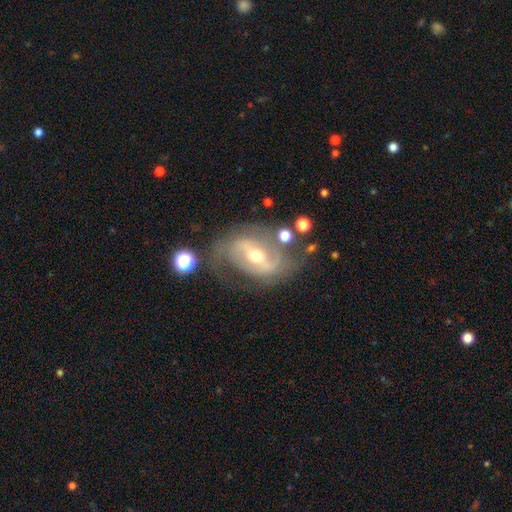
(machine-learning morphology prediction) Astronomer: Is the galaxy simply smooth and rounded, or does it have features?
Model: featured or disk — 83%.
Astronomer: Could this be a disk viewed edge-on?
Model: no — 95%.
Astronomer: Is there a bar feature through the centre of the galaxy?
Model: strong — 48% (runner-up: weak, 35%).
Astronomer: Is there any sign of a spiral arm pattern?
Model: yes — 84%.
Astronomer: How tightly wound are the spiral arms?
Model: medium — 44% (runner-up: tight, 30%).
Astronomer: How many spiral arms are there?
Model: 2 — 74%.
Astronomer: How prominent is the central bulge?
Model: moderate — 60%.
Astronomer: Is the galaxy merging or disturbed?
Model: none — 61%.